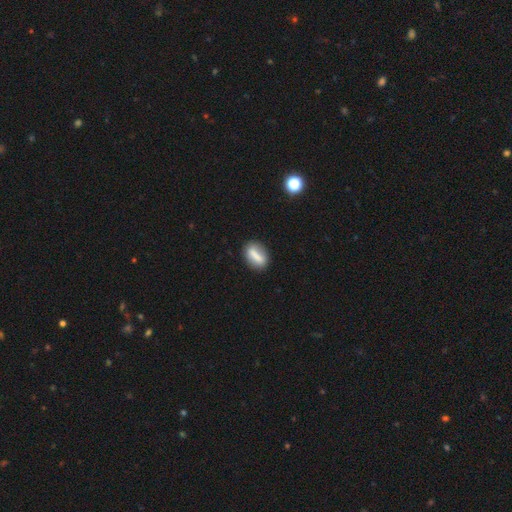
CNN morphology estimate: A smooth galaxy with no disk features (69%) that is in between round and cigar-shaped (67%).

Vote fractions:
- Smooth or featured? smooth: 69% / featured or disk: 23% / star or artifact: 8%
- How rounded? in between: 67% / cigar-shaped: 21% / round: 12%
- Merging? none: 82% / minor disturbance: 12% / major disturbance: 4% / merger: 3%